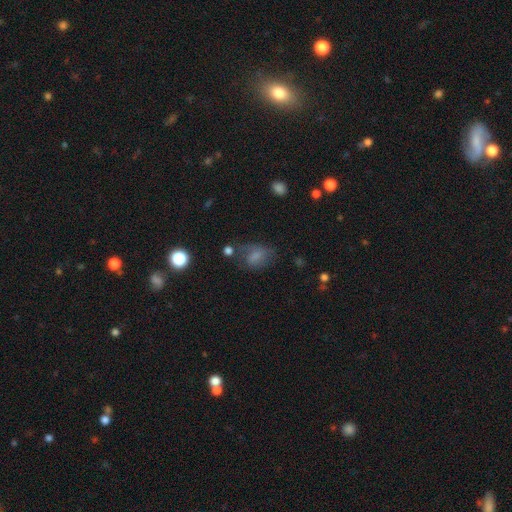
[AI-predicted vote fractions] smooth_or_featured: smooth (p=0.63) [alt: featured or disk p=0.23]
how_rounded: in between (p=0.75) [alt: round p=0.23]
merging: none (p=0.44) [alt: minor disturbance p=0.27]